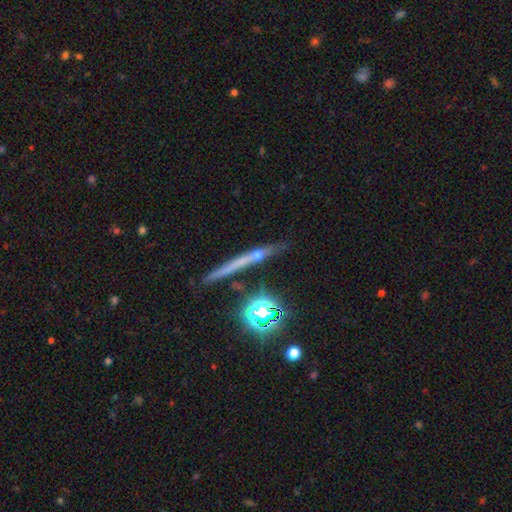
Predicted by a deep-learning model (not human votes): The model was most divided on "smooth or featured": featured or disk: 42%, smooth: 37%, star or artifact: 21%. More confident: merging — none (80%).